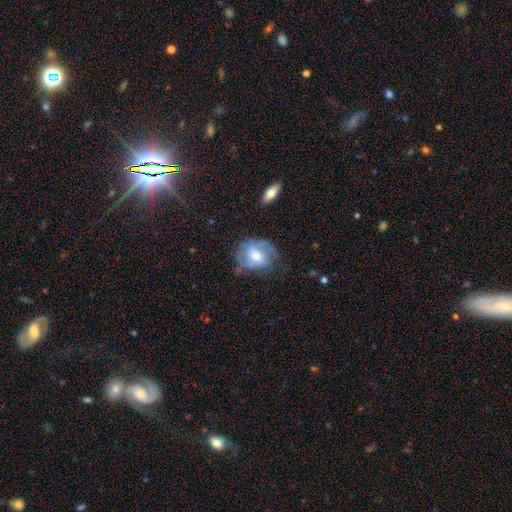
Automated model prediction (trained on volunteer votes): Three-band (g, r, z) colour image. It shows a featured or disk galaxy (66%) with a weak bar (49%), 2 (62%) medium (45%) spiral arms (84%) and a moderate central bulge (63%). Merging: none (59%).